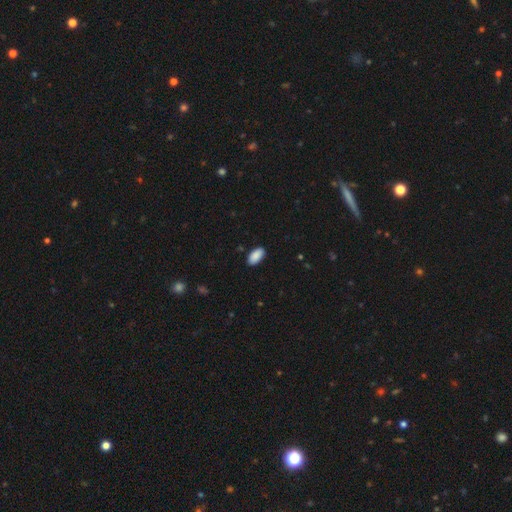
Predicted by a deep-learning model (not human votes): The model was most divided on "merging": none: 88%, minor disturbance: 9%, major disturbance: 2%, merger: 1%. More confident: how rounded — in between (95%); smooth or featured — smooth (90%).